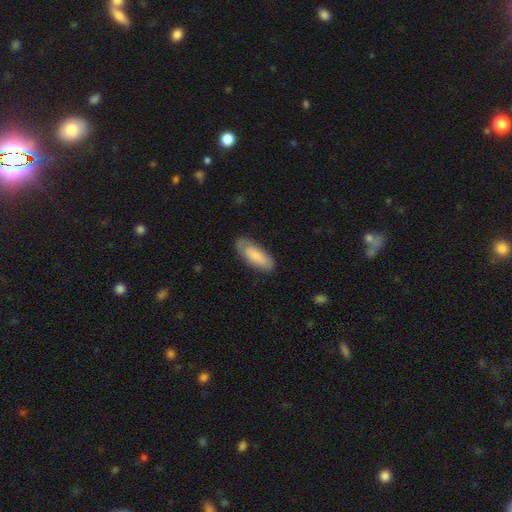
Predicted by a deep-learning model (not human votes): Morphology: type=smooth (73%); roundness=in between (78%); merging=none (77%).